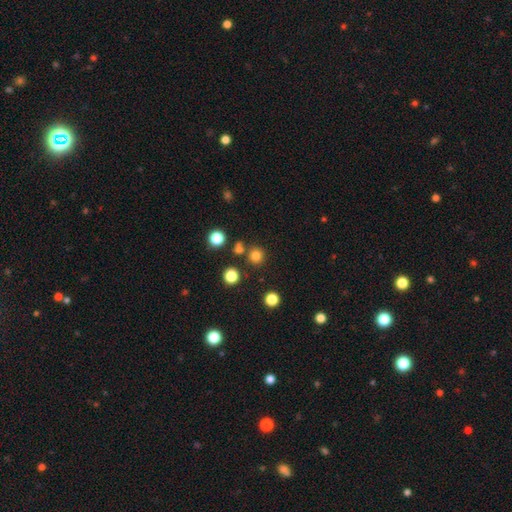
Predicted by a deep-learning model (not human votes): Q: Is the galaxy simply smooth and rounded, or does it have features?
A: smooth — 78%.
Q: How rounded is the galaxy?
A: round — 93%.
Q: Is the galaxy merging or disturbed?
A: none — 80%.